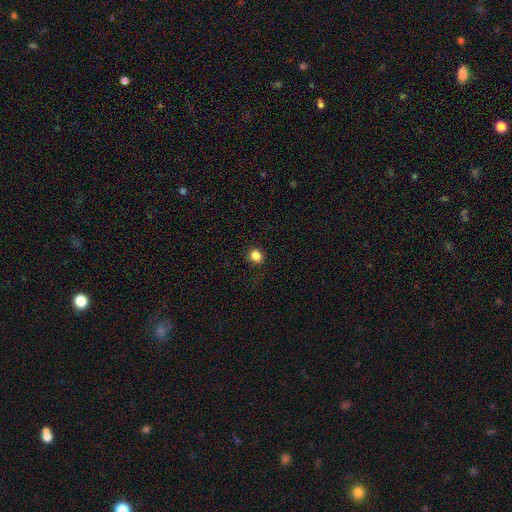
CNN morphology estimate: This appears to be a smooth galaxy with no disk features (83%) that is round (81%). Merging: none (88%).